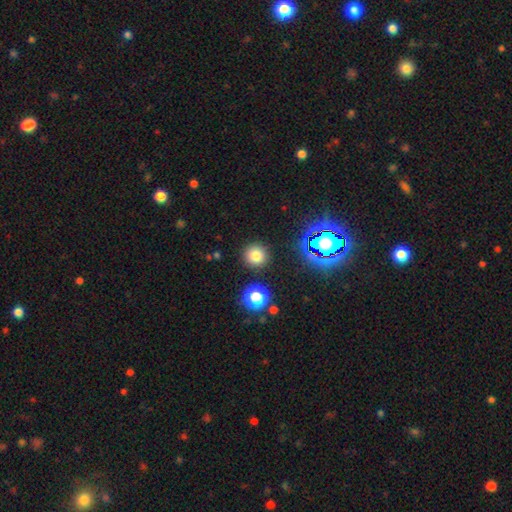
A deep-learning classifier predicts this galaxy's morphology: Smooth or featured?
  - smooth: 75% *
  - star or artifact: 18%
  - featured or disk: 7%
How rounded?
  - round: 93% *
  - in between: 6%
  - cigar-shaped: 1%
Merging?
  - none: 89% *
  - minor disturbance: 6%
  - merger: 3%
  - major disturbance: 2%